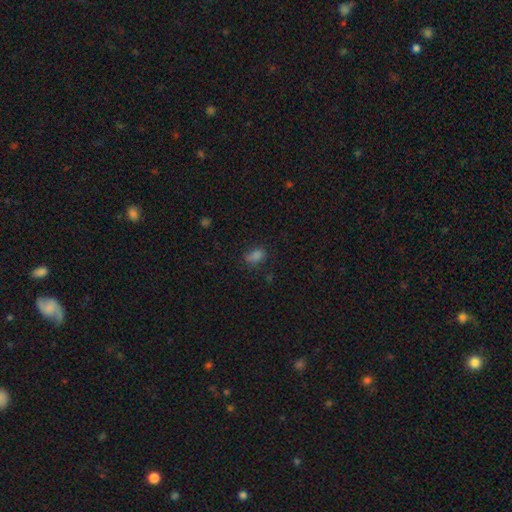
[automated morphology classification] Smooth or featured? Predicted: smooth (p=0.80). How rounded? Predicted: in between (p=0.86). Merging? Predicted: none (p=0.71).